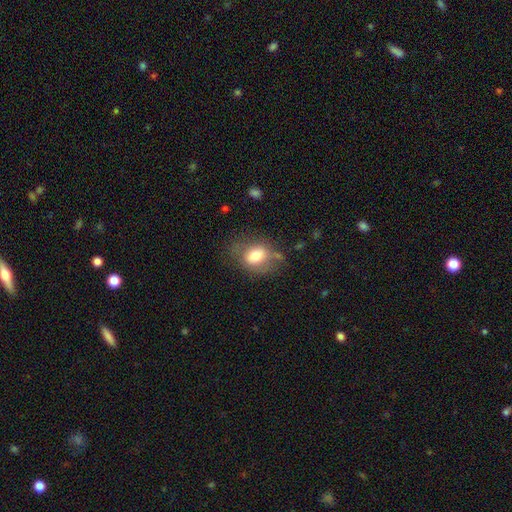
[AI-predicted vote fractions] A smooth galaxy with no disk features (70%) that is in between round and cigar-shaped (69%).

Vote fractions:
- Smooth or featured? smooth: 70% / featured or disk: 21% / star or artifact: 8%
- How rounded? in between: 69% / round: 29% / cigar-shaped: 1%
- Merging? none: 58% / minor disturbance: 25% / major disturbance: 13% / merger: 4%